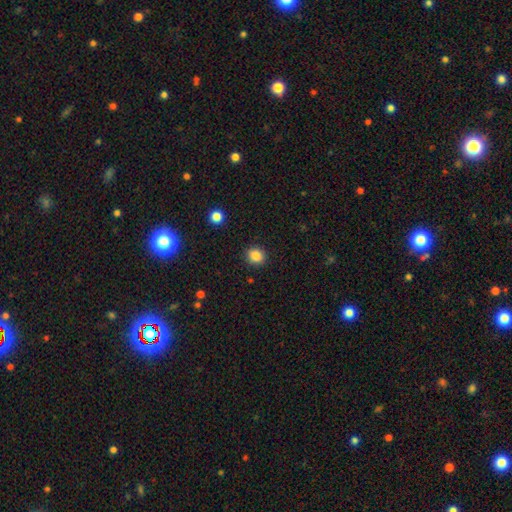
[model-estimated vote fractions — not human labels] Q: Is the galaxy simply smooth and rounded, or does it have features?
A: smooth — 86%.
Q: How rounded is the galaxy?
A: round — 75%.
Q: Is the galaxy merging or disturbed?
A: none — 90%.